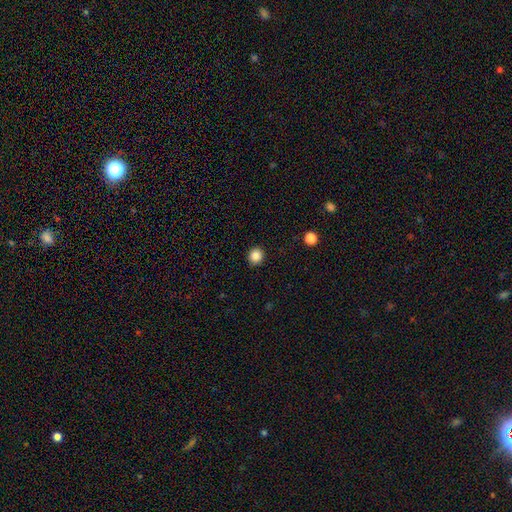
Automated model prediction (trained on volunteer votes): Smooth or featured?
  - smooth: 86% *
  - star or artifact: 11%
  - featured or disk: 3%
How rounded?
  - round: 89% *
  - in between: 10%
  - cigar-shaped: 1%
Merging?
  - none: 91% *
  - minor disturbance: 6%
  - major disturbance: 2%
  - merger: 1%